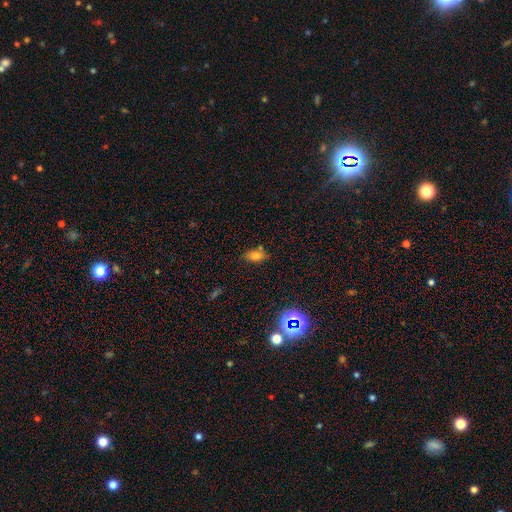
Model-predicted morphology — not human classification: smooth_or_featured: smooth (p=0.75) [alt: star or artifact p=0.14]
how_rounded: in between (p=0.86) [alt: round p=0.08]
merging: none (p=0.71) [alt: minor disturbance p=0.17]